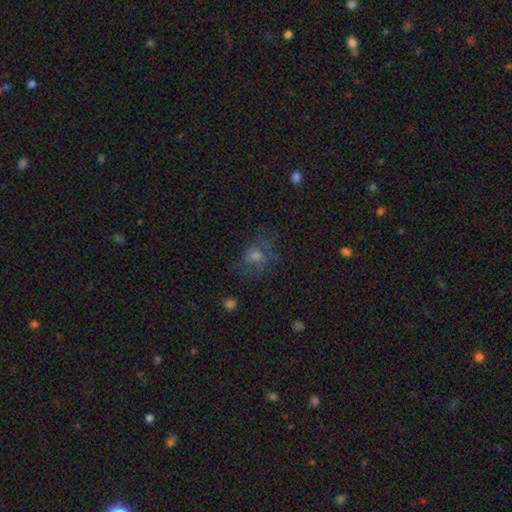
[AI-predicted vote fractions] Q: Smooth or featured?
A: smooth (43%); runner-up: featured or disk (34%)
Q: Merging?
A: none (59%); runner-up: minor disturbance (20%)